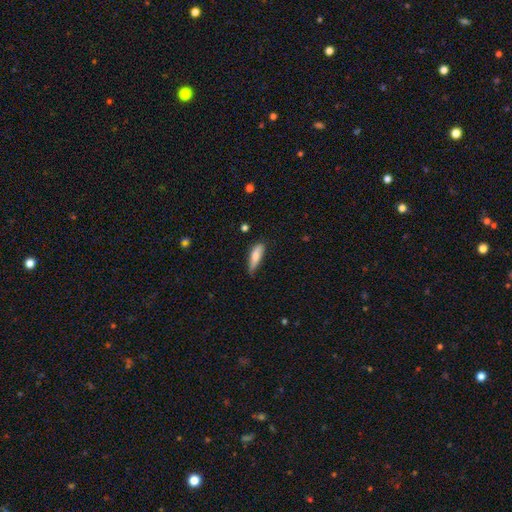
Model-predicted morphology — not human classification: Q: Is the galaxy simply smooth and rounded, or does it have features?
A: smooth — 78%.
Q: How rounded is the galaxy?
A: cigar-shaped — 55%.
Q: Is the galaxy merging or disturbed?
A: none — 55%.